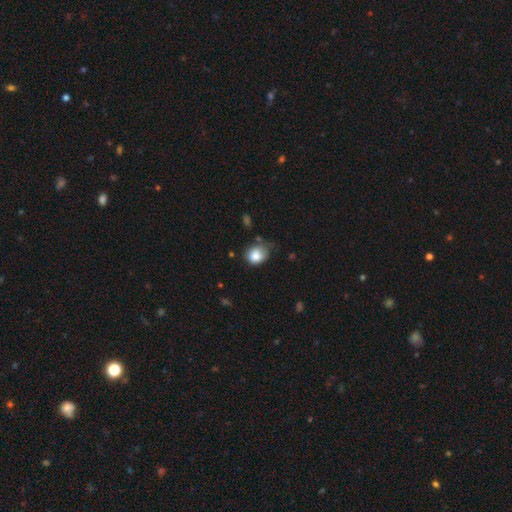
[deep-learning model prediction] Smooth or featured?
  - smooth: 82% *
  - star or artifact: 9%
  - featured or disk: 9%
How rounded?
  - round: 59% *
  - in between: 41%
  - cigar-shaped: 1%
Merging?
  - none: 44% *
  - minor disturbance: 38%
  - major disturbance: 13%
  - merger: 5%